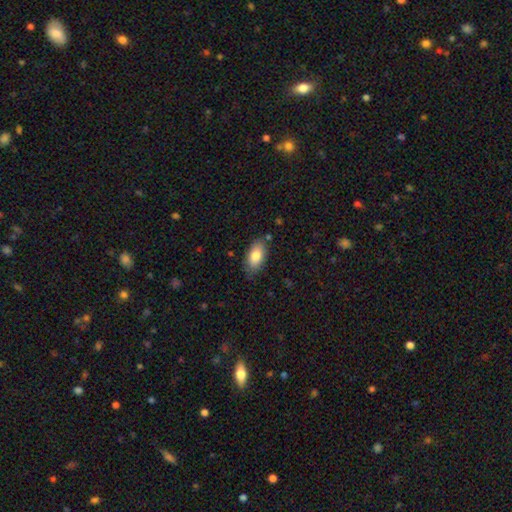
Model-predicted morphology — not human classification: smooth-or-featured: smooth: 82% | featured or disk: 11% | star or artifact: 7%
  how-rounded: in between: 92% | cigar-shaped: 5% | round: 3%
  merging: none: 78% | minor disturbance: 17% | major disturbance: 3% | merger: 2%